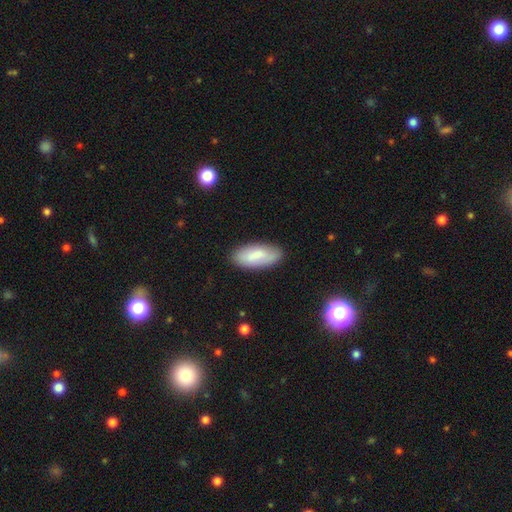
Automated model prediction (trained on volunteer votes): A smooth galaxy with no disk features (75%) that is in between round and cigar-shaped (89%).

Vote fractions:
- Smooth or featured? smooth: 75% / featured or disk: 19% / star or artifact: 6%
- How rounded? in between: 89% / cigar-shaped: 9% / round: 2%
- Merging? none: 83% / minor disturbance: 13% / major disturbance: 3% / merger: 1%